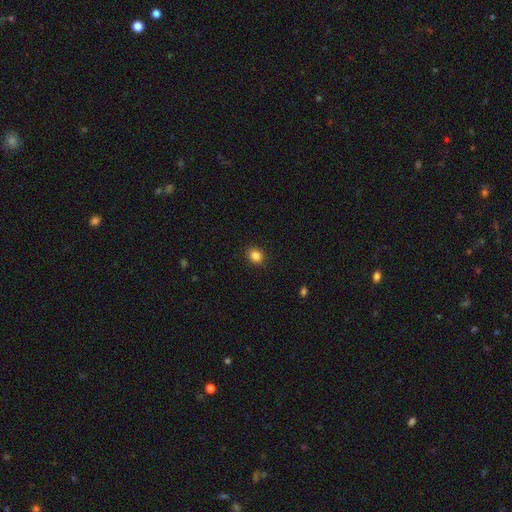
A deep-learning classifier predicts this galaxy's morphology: smooth-or-featured: smooth: 84% | star or artifact: 11% | featured or disk: 4%
  how-rounded: round: 74% | in between: 25% | cigar-shaped: 1%
  merging: none: 90% | minor disturbance: 7% | major disturbance: 2% | merger: 1%